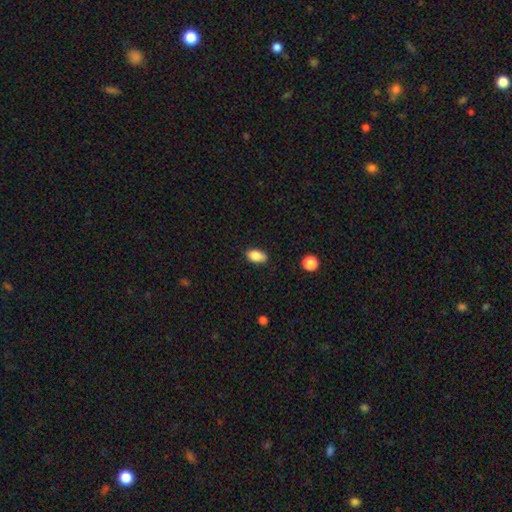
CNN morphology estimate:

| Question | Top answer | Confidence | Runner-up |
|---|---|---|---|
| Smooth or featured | smooth | 86% | star or artifact (8%) |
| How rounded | in between | 90% | round (7%) |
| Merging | none | 81% | minor disturbance (15%) |